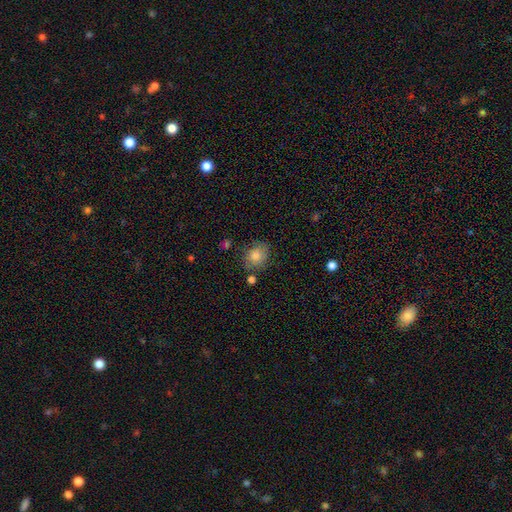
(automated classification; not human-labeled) Smooth or featured: smooth — 75% (featured or disk — 15%)
How rounded: round — 61% (in between — 38%)
Merging: none — 74% (minor disturbance — 17%)